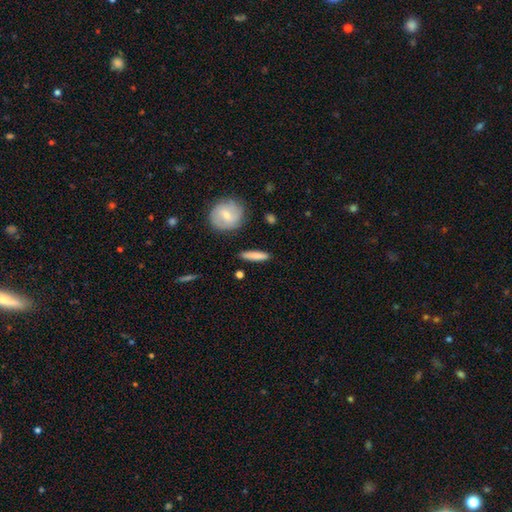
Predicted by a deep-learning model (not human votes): Smooth or featured? Predicted: smooth (p=0.77). How rounded? Predicted: cigar-shaped (p=0.82). Merging? Predicted: none (p=0.87).